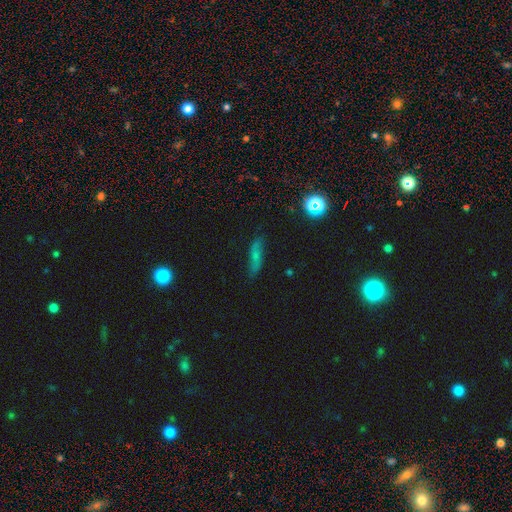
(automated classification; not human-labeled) The model was most divided on "smooth or featured": smooth: 50%, featured or disk: 36%, star or artifact: 14%. More confident: merging — none (74%).